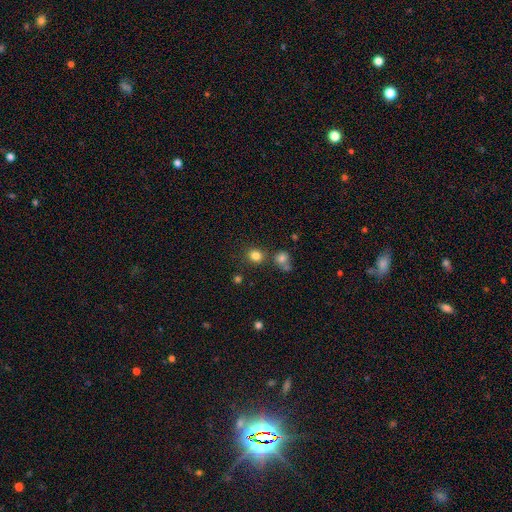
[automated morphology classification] Q: Smooth or featured?
A: smooth (80%); runner-up: star or artifact (14%)
Q: How rounded?
A: round (79%); runner-up: in between (20%)
Q: Merging?
A: none (75%); runner-up: merger (11%)